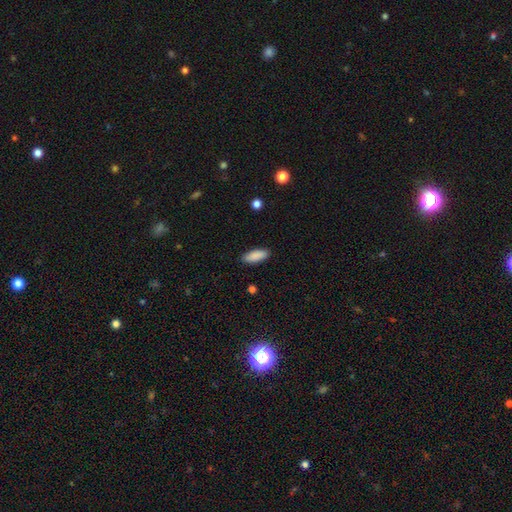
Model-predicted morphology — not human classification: A smooth galaxy with no disk features (89%) that is in between round and cigar-shaped (72%).

Vote fractions:
- Smooth or featured? smooth: 89% / star or artifact: 6% / featured or disk: 4%
- How rounded? in between: 72% / cigar-shaped: 26% / round: 2%
- Merging? none: 89% / minor disturbance: 8% / major disturbance: 2% / merger: 1%